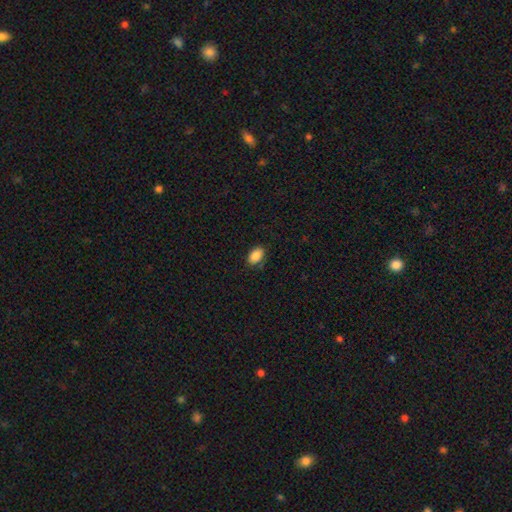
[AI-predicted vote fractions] Morphology: type=smooth (88%); roundness=in between (90%); merging=none (81%).